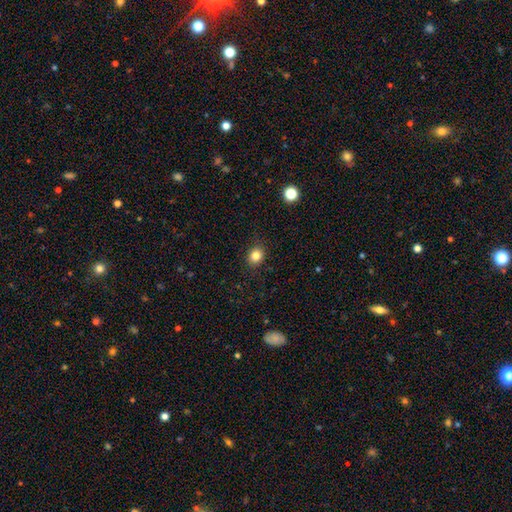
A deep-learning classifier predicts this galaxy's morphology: Smooth or featured?
  - smooth: 83% *
  - star or artifact: 11%
  - featured or disk: 6%
How rounded?
  - round: 66% *
  - in between: 33%
  - cigar-shaped: 1%
Merging?
  - none: 88% *
  - minor disturbance: 8%
  - major disturbance: 2%
  - merger: 1%